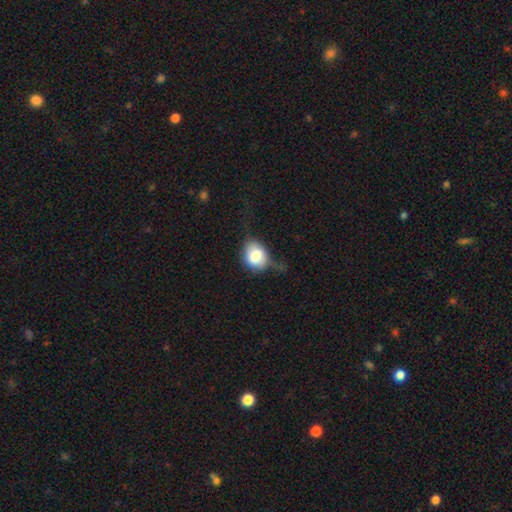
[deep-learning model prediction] This is likely a smooth galaxy (74%). How rounded: possibly round (50%). Merging: marginally none (40%).